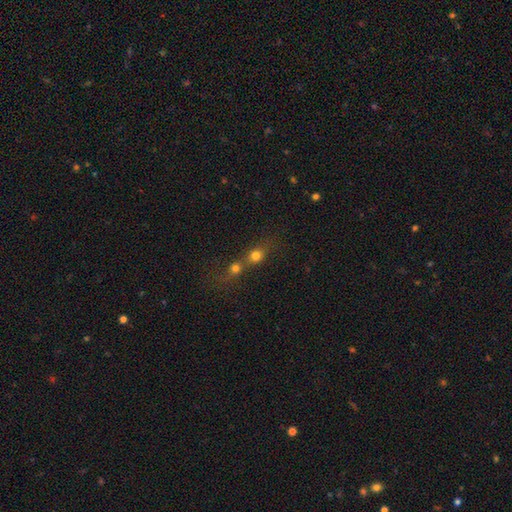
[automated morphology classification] The model was most divided on "merging": merger: 64%, none: 27%, minor disturbance: 5%, major disturbance: 4%. More confident: how rounded — round (74%); smooth or featured — smooth (71%).